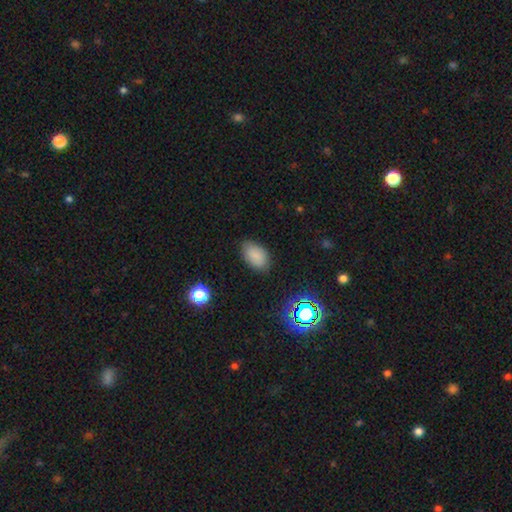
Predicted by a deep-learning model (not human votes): smooth 85%, star or artifact 10%, featured or disk 5%. Down the decision tree: how rounded — in between (92%); merging — none (82%).